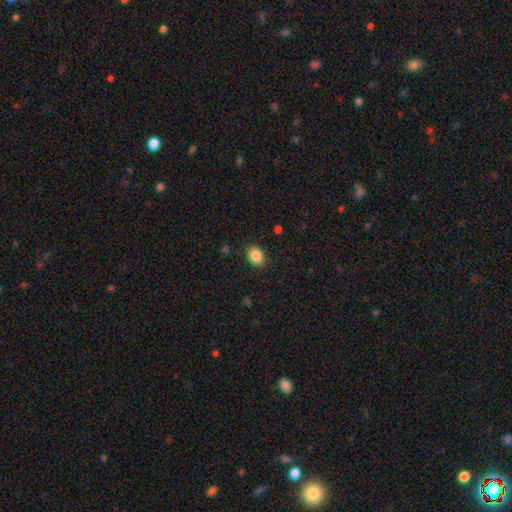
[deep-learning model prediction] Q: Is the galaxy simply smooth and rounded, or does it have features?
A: smooth — 87%.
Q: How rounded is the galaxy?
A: in between — 69%.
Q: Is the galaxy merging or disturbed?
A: none — 86%.